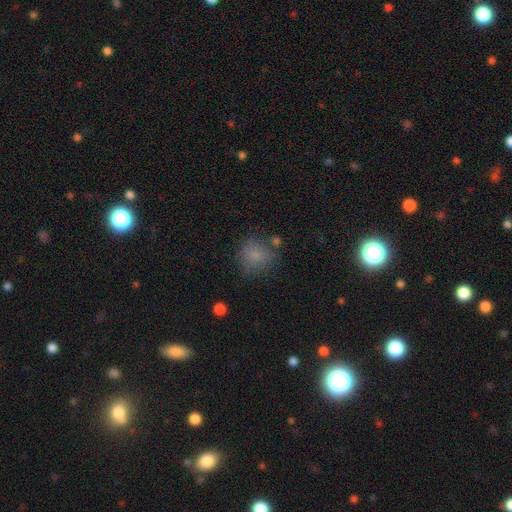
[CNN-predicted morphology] Smooth or featured? Predicted: smooth (p=0.78). How rounded? Predicted: round (p=0.82). Merging? Predicted: none (p=0.68).